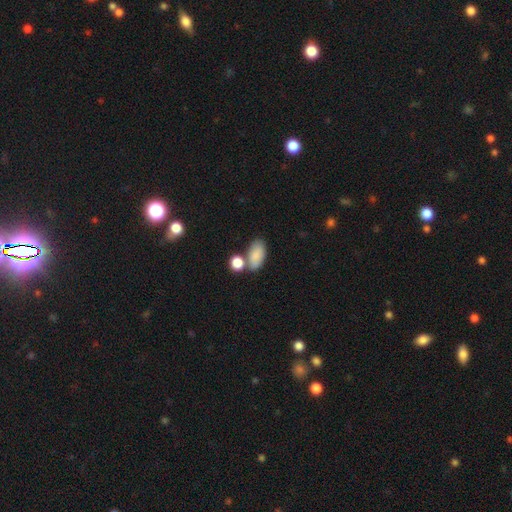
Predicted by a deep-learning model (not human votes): This is clearly a smooth galaxy (85%). How rounded: clearly in between (90%). Merging: possibly none (56%).